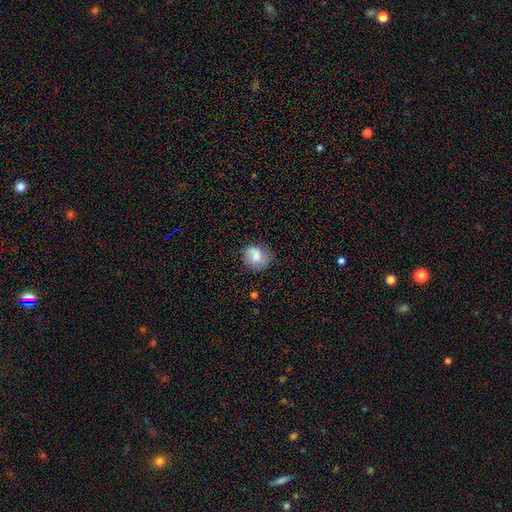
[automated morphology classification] smooth_or_featured: smooth (p=0.72) [alt: featured or disk p=0.20]
how_rounded: round (p=0.71) [alt: in between p=0.28]
merging: none (p=0.64) [alt: minor disturbance p=0.25]